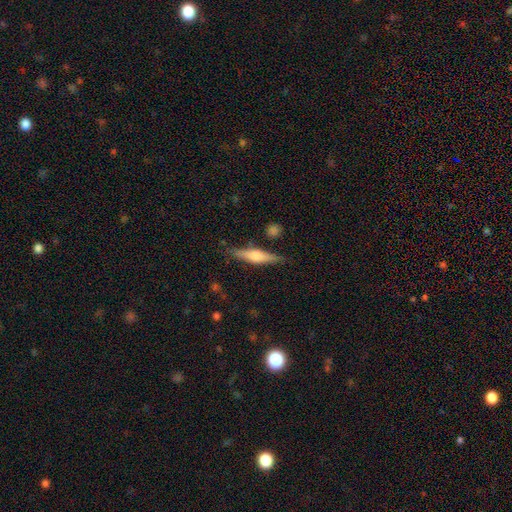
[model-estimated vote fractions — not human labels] smooth_or_featured: featured or disk (p=0.55) [alt: smooth p=0.39]
disk_edge_on: yes (p=0.96) [alt: no p=0.04]
edge_on_bulge: rounded (p=0.84) [alt: boxy p=0.10]
merging: none (p=0.83) [alt: minor disturbance p=0.12]